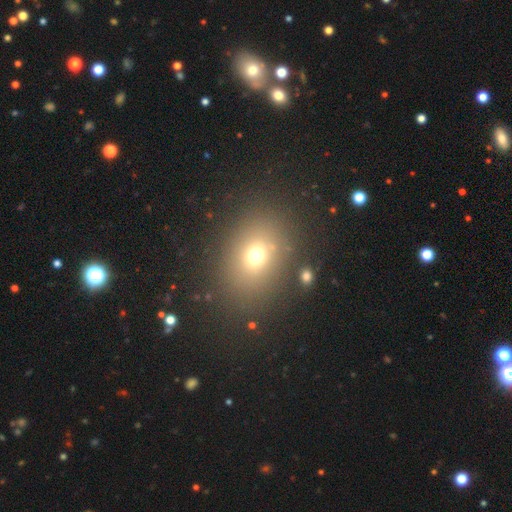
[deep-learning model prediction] Overall: smooth (68%). How rounded: in between (54%; round 44%). Merging: none (80%).